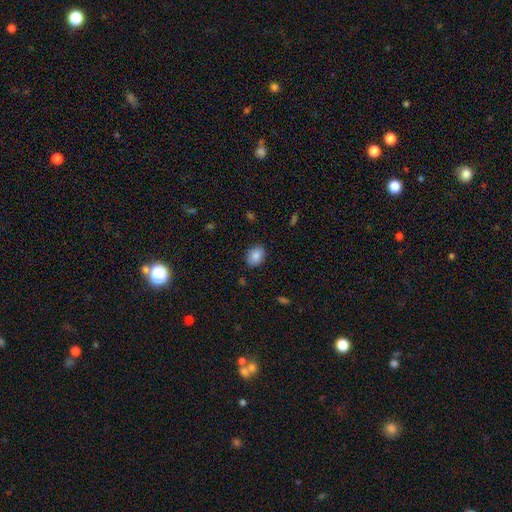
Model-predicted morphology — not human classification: A smooth galaxy with no disk features (85%) that is in between round and cigar-shaped (72%). Merging: none (86%).